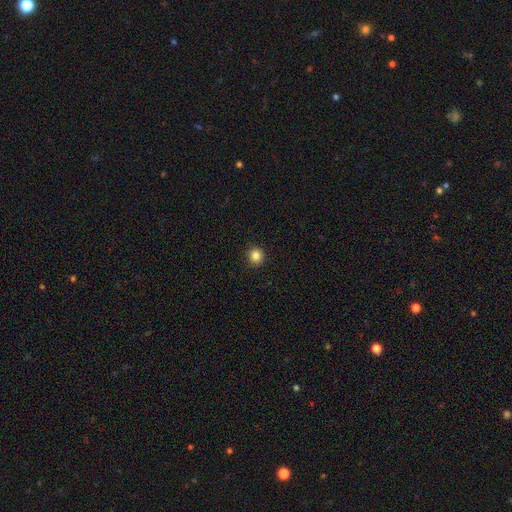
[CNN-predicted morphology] Overall: smooth (84%). How rounded: round (93%). Merging: none (92%).